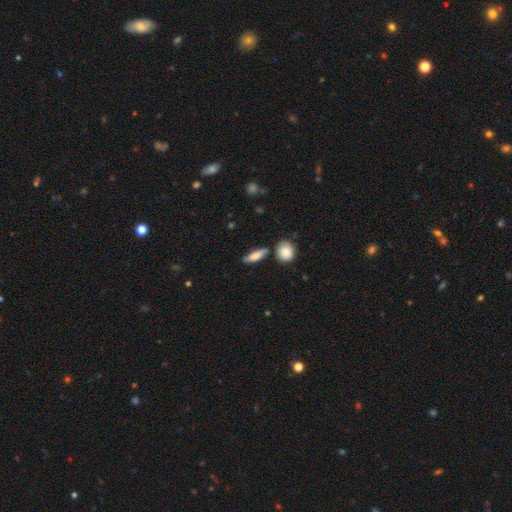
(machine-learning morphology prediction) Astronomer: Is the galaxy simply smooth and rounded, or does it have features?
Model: smooth — 72%.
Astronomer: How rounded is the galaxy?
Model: in between — 49% (runner-up: cigar-shaped, 46%).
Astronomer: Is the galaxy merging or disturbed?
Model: none — 74%.